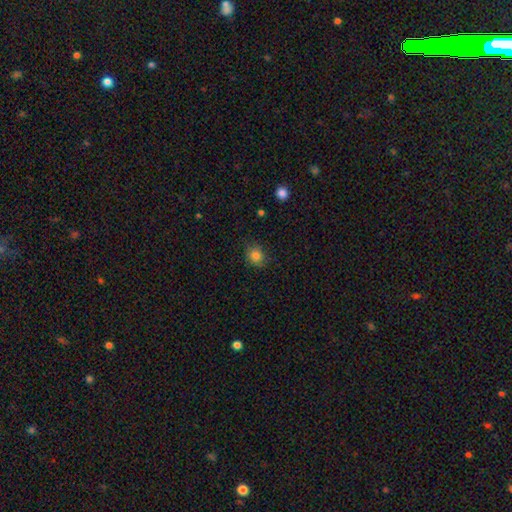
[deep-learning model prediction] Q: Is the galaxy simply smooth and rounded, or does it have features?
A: smooth — 82%.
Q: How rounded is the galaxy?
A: round — 73%.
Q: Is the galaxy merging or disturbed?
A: none — 78%.